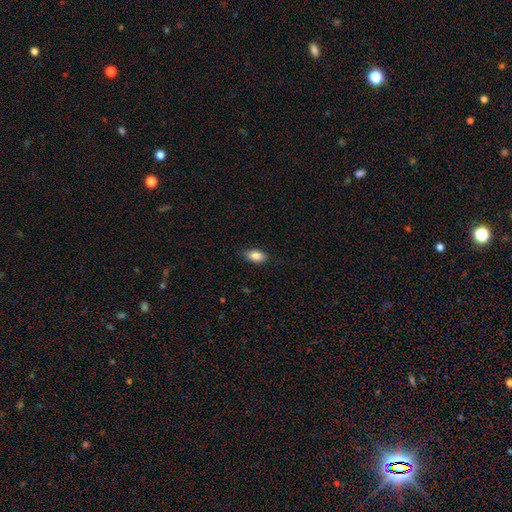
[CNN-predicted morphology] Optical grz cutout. It shows a smooth galaxy with no disk features (87%) that is in between round and cigar-shaped (89%). Merging: none (83%).